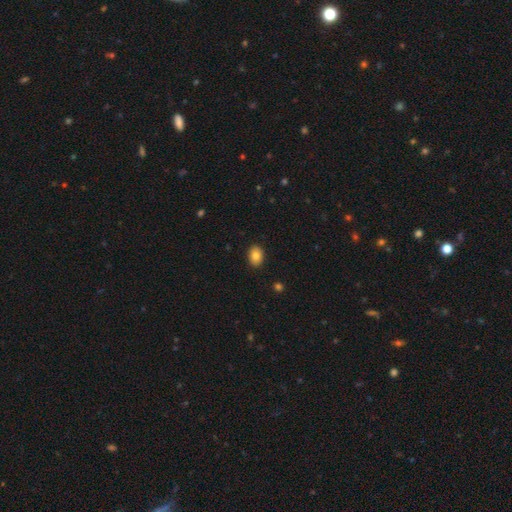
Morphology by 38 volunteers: Smooth or featured? 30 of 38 (79%) said smooth. How rounded? 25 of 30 (83%) said in between. Merging? 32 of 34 (94%) said none.